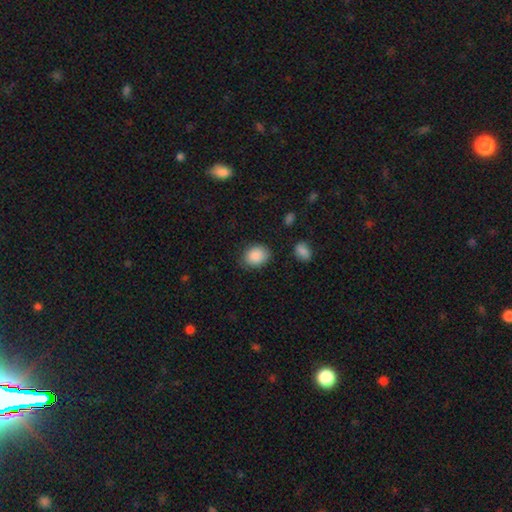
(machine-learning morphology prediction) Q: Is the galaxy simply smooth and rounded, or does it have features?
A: smooth — 88%.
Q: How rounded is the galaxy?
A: in between — 53%.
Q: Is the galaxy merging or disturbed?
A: none — 77%.